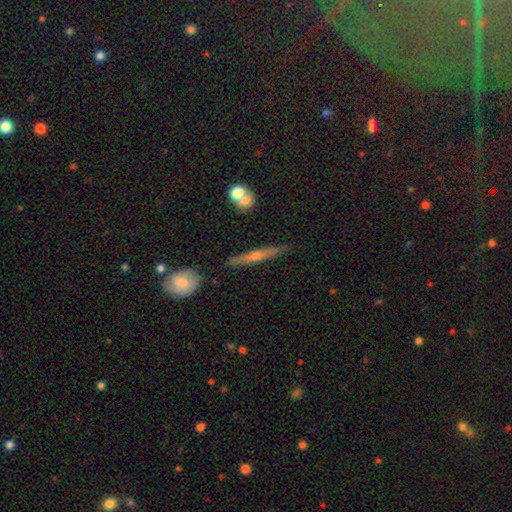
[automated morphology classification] type=featured or disk (57%); edge-on=yes (94%); edge-on bulge=rounded (73%); merging=none (82%).